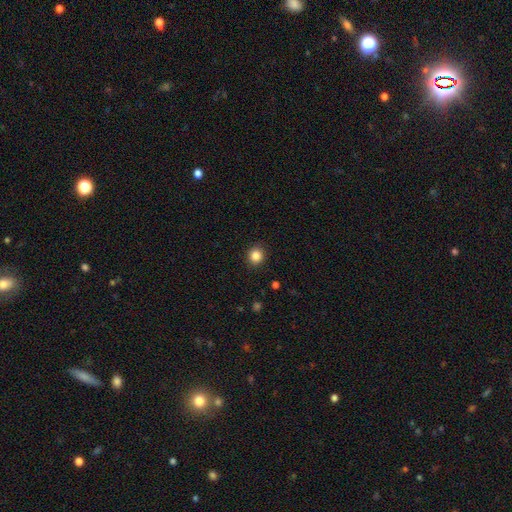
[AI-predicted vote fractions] This appears to be a smooth galaxy with no disk features (85%) that is round (86%). Merging: none (91%).